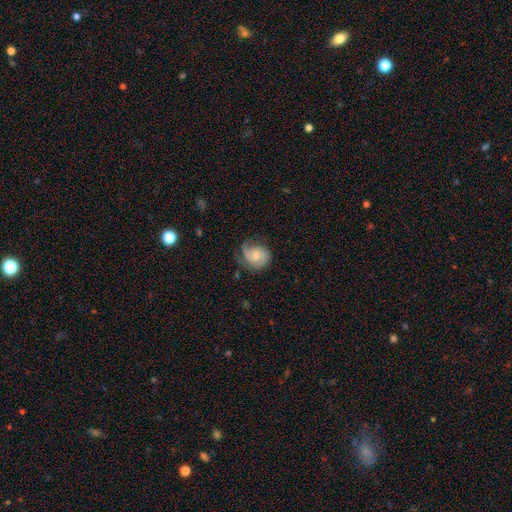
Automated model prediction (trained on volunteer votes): This is likely a featured or disk galaxy (73%). It is clearly not viewed edge-on (98%). Bar: likely no (63%). Spiral arm pattern: clearly yes (95%). Spiral arm count: possibly 2 (58%). Spiral winding: marginally medium (42%). Central bulge: possibly moderate (49%). Merging: likely none (63%).